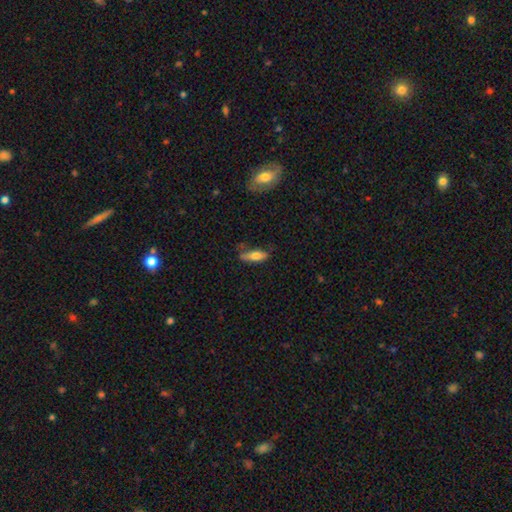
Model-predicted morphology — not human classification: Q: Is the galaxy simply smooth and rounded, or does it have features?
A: smooth — 69%.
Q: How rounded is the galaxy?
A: in between — 56%.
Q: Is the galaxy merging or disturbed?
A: none — 60%.